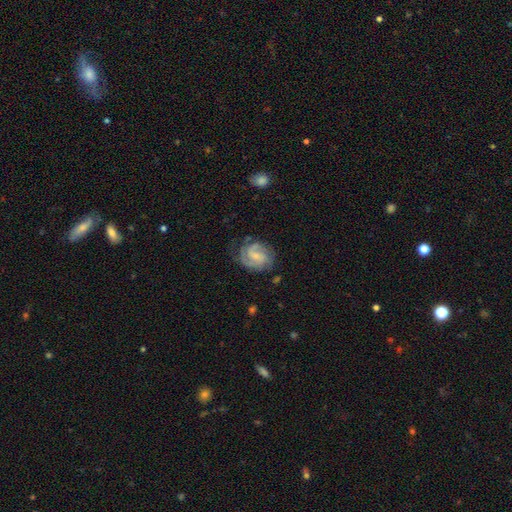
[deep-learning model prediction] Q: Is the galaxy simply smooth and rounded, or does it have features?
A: featured or disk — 84%.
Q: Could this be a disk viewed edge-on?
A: no — 98%.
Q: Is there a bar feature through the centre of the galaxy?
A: weak — 51%.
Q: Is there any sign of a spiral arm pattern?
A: yes — 97%.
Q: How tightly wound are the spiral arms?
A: tight — 51%.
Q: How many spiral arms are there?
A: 2 — 57%.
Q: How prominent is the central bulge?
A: small — 54%.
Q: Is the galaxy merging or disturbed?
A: none — 69%.